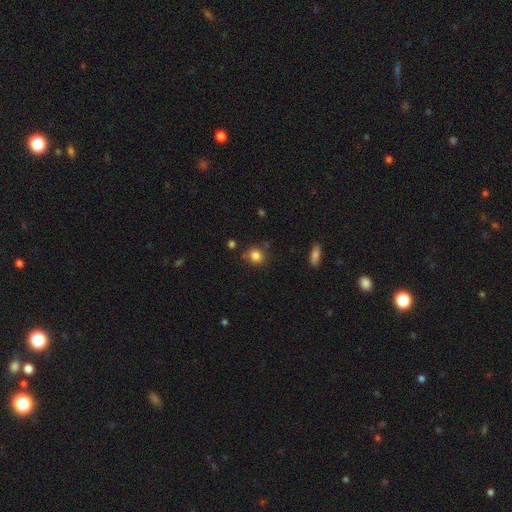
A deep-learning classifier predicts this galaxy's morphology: This appears to be a smooth galaxy with no disk features (83%) that is round (81%). Merging: none (78%).